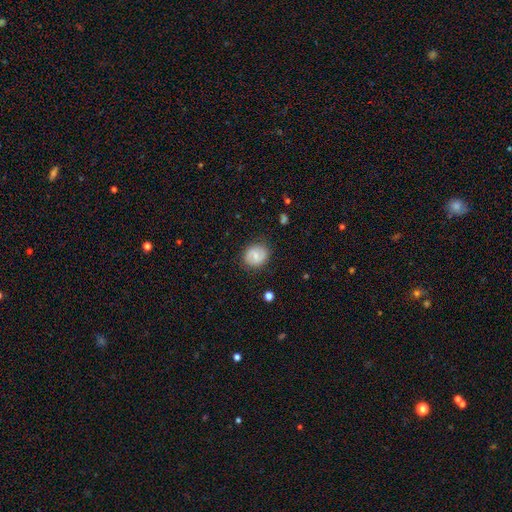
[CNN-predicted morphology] Smooth or featured? Predicted: smooth (p=0.51). How rounded? Predicted: round (p=0.69). Merging? Predicted: none (p=0.82).